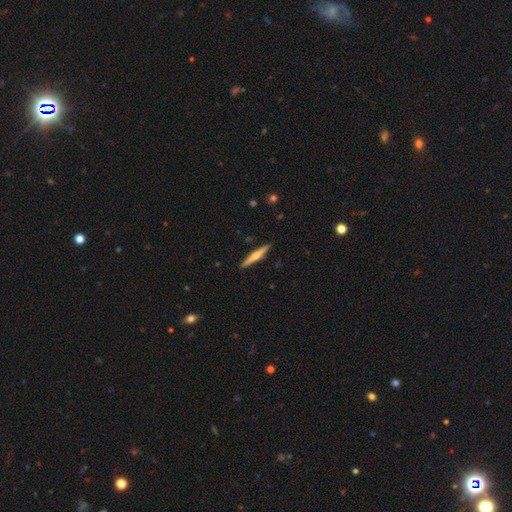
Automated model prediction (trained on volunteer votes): This is possibly a featured or disk galaxy (54%). It is clearly viewed edge-on (97%). Edge-on bulge: likely rounded (74%). Merging: clearly none (91%).